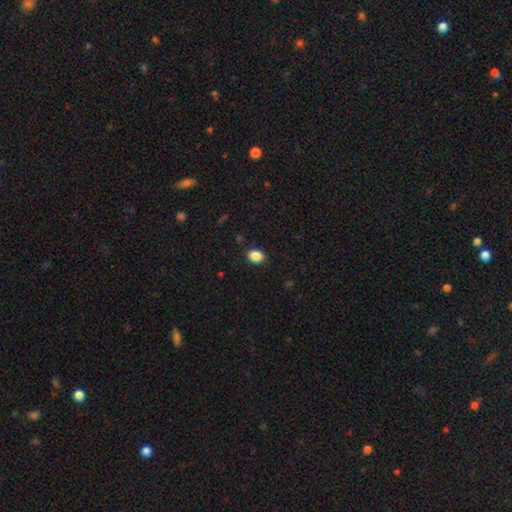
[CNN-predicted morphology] Smooth or featured: smooth — 88% (star or artifact — 9%)
How rounded: in between — 69% (round — 30%)
Merging: none — 88% (minor disturbance — 8%)